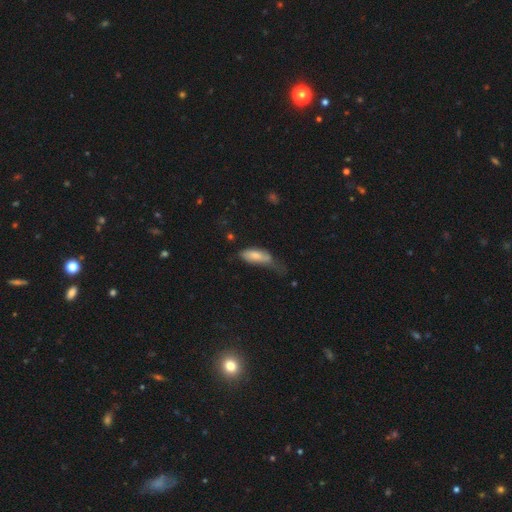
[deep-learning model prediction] A smooth galaxy with no disk features (74%) that is in between round and cigar-shaped (74%). Merging: minor disturbance (39%).